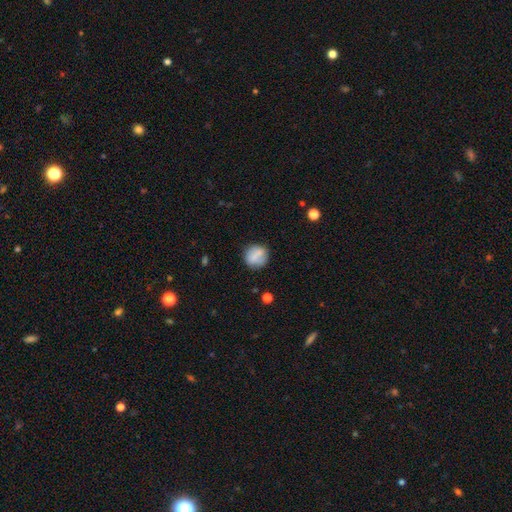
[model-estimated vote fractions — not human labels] Overall: smooth (73%). How rounded: round (85%). Merging: none (71%).